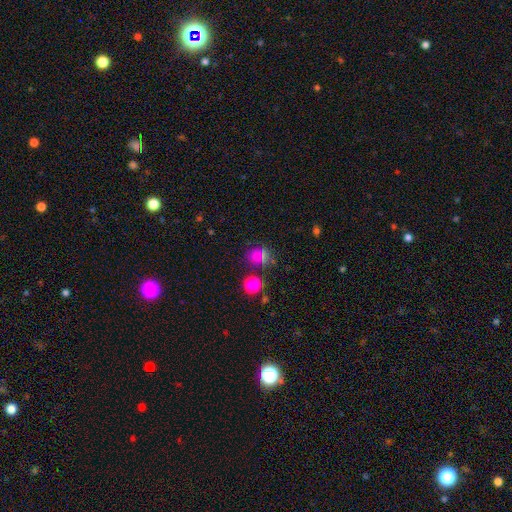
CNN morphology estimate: Smooth or featured? smooth (60%)
How rounded? round (77%)
Merging? none (70%)